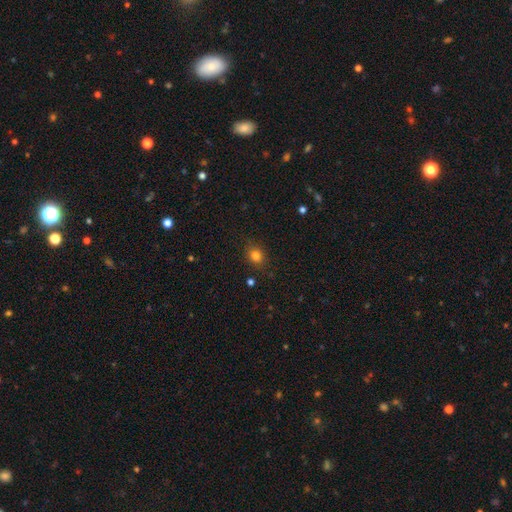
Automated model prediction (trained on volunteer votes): This is clearly a smooth galaxy (81%). How rounded: likely round (68%). Merging: clearly none (84%).